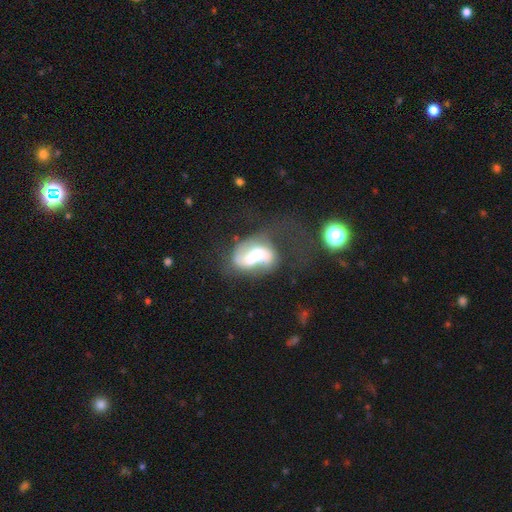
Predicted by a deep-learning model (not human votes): Smooth or featured? Predicted: featured or disk (p=0.57). Edge-on disk? Predicted: no (p=0.95). Bar? Predicted: no (p=0.57). Spiral arms? Predicted: no (p=0.55). Bulge size? Predicted: moderate (p=0.52). Merging? Predicted: merger (p=0.45).